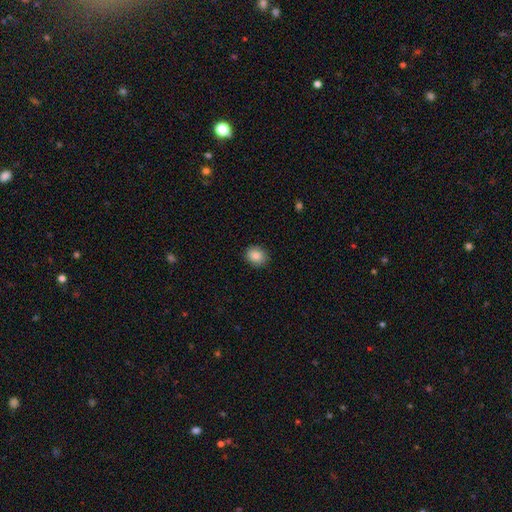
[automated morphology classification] This is clearly a smooth galaxy (88%). How rounded: possibly round (57%). Merging: clearly none (89%).